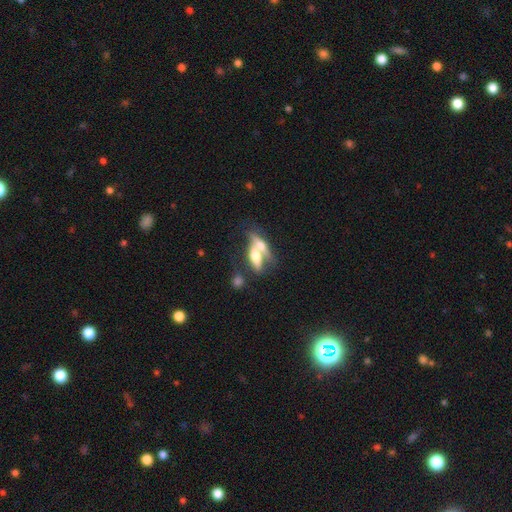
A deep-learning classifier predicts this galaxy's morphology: A smooth galaxy with no disk features (48%). Merging: merger (60%).